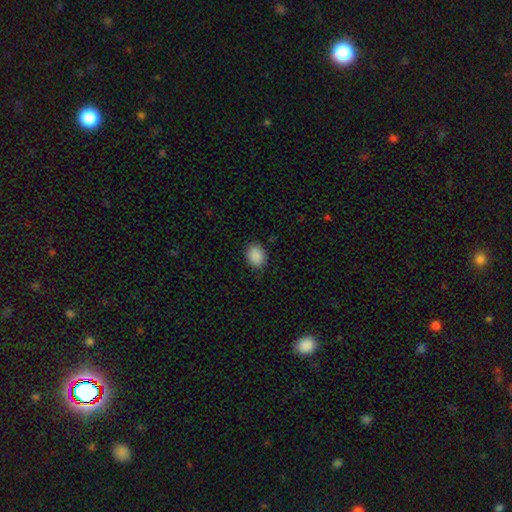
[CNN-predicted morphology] smooth-or-featured: smooth: 89% | star or artifact: 8% | featured or disk: 3%
  how-rounded: in between: 55% | round: 44% | cigar-shaped: 1%
  merging: none: 84% | minor disturbance: 12% | major disturbance: 3% | merger: 1%